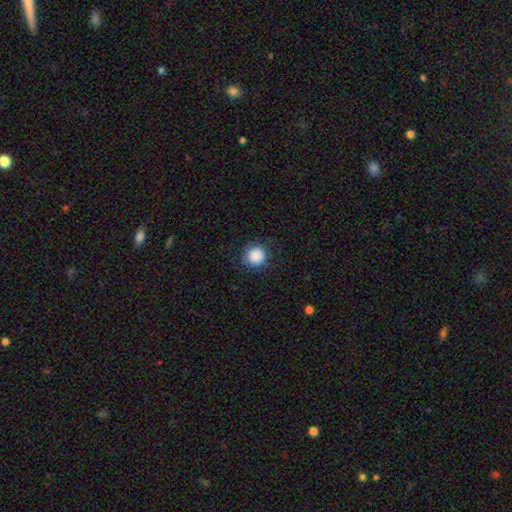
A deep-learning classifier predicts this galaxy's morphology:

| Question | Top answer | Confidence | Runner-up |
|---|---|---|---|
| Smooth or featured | smooth | 87% | star or artifact (9%) |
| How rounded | round | 94% | in between (6%) |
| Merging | none | 86% | minor disturbance (10%) |